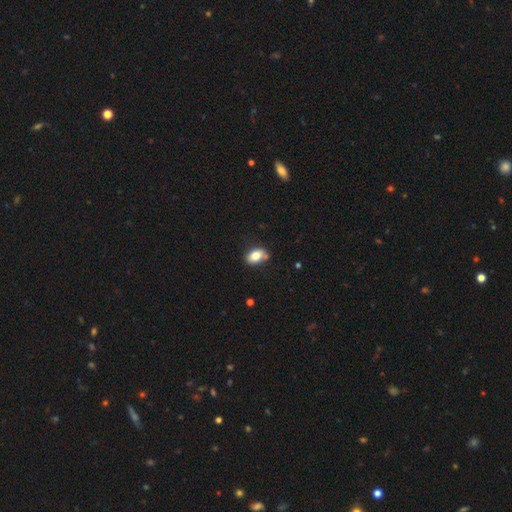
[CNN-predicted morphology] A smooth galaxy with no disk features (80%) that is in between round and cigar-shaped (86%). Merging: none (69%).